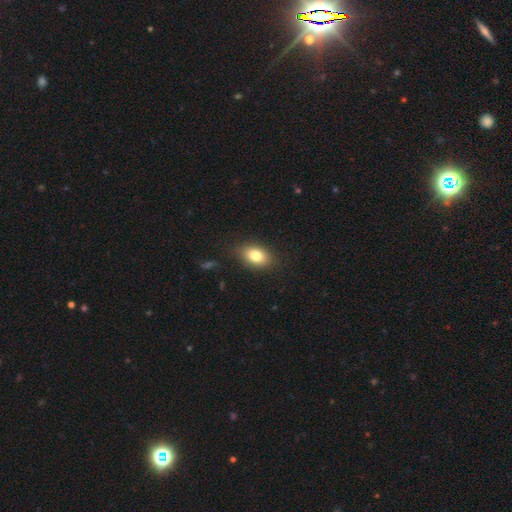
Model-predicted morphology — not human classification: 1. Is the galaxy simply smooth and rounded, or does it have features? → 80% smooth, 11% featured or disk, 9% star or artifact.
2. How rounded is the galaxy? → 85% in between, 13% round, 2% cigar-shaped.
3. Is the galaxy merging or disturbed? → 84% none, 11% minor disturbance, 3% major disturbance, 1% merger.